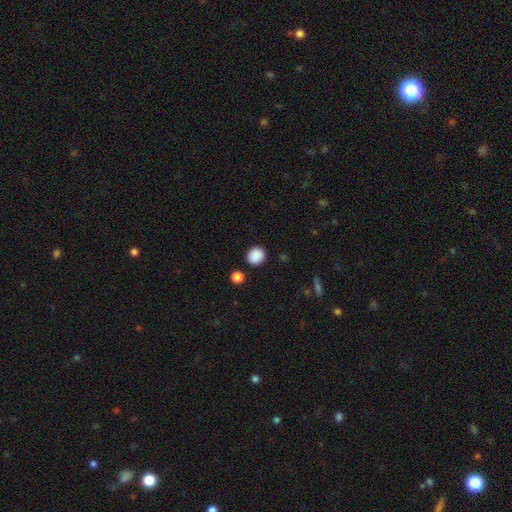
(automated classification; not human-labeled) A smooth galaxy with no disk features (88%) that is round (79%).

Vote fractions:
- Smooth or featured? smooth: 88% / star or artifact: 9% / featured or disk: 3%
- How rounded? round: 79% / in between: 20% / cigar-shaped: 1%
- Merging? none: 87% / minor disturbance: 8% / merger: 3% / major disturbance: 2%